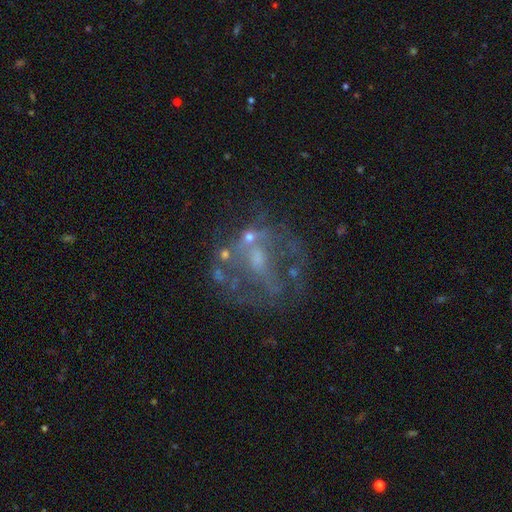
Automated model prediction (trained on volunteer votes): The model was most divided on "bulge size": small: 41%, moderate: 30%, none: 25%, large: 3%, dominant: 1%. More confident: edge-on disk — no (97%); smooth or featured — featured or disk (72%); spiral arms — no (62%); merging — none (58%); bar — no (54%).